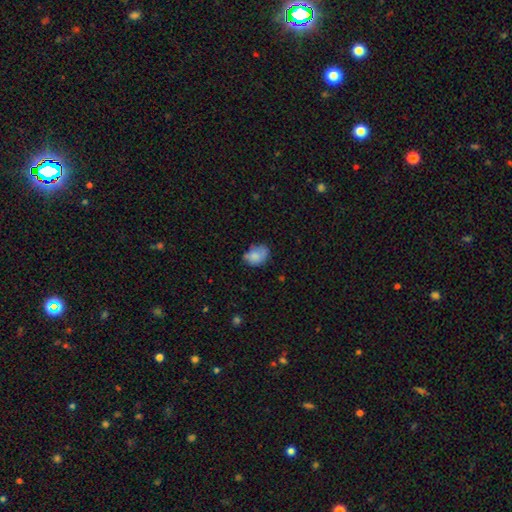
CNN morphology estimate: A smooth galaxy with no disk features (80%) that is in between round and cigar-shaped (66%).

Vote fractions:
- Smooth or featured? smooth: 80% / featured or disk: 11% / star or artifact: 9%
- How rounded? in between: 66% / round: 33% / cigar-shaped: 1%
- Merging? none: 54% / minor disturbance: 32% / major disturbance: 9% / merger: 5%